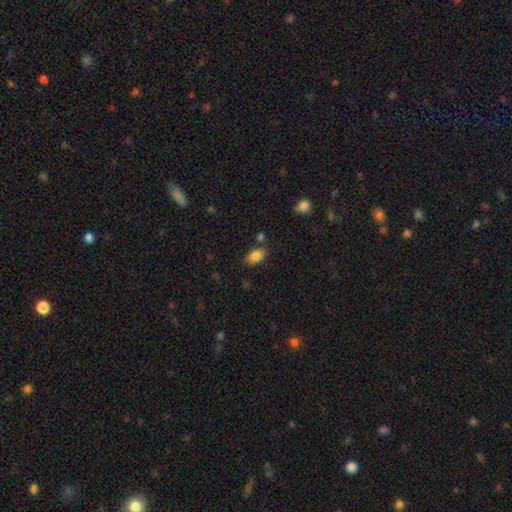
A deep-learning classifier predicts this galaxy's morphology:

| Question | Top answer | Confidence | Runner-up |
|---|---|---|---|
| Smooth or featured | smooth | 84% | star or artifact (8%) |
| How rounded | in between | 91% | round (6%) |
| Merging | none | 76% | minor disturbance (14%) |